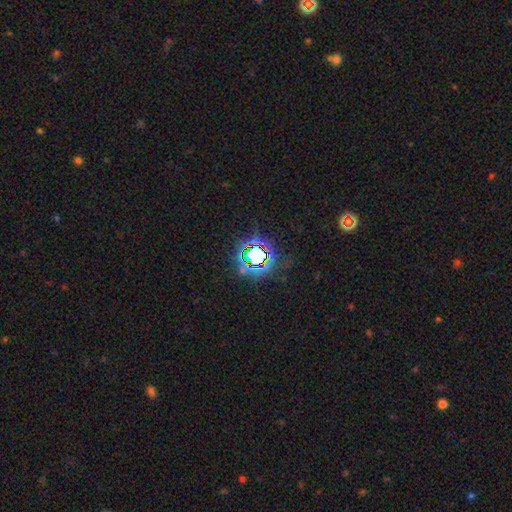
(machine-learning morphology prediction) Smooth or featured? star or artifact (71%)